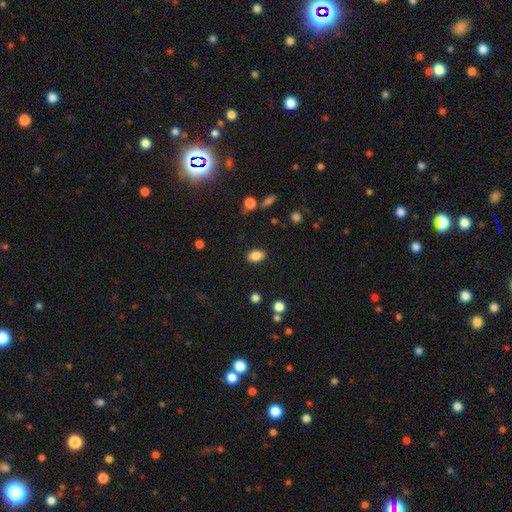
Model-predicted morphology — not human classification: The model was most divided on "how rounded": in between: 86%, round: 12%, cigar-shaped: 1%. More confident: merging — none (87%); smooth or featured — smooth (86%).